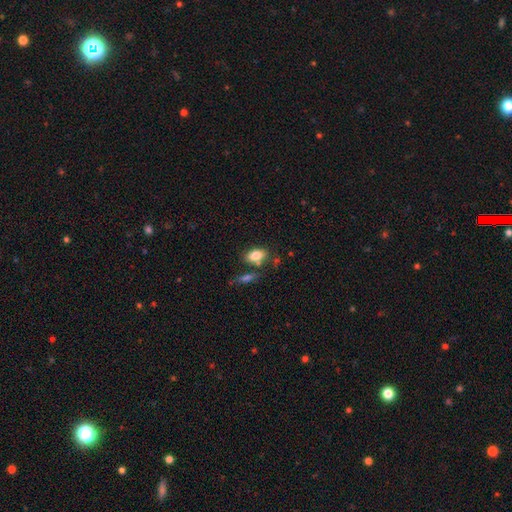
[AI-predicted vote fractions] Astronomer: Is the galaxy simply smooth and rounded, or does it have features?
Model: smooth — 81%.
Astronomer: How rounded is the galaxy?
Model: in between — 87%.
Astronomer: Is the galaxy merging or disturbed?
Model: none — 63%.